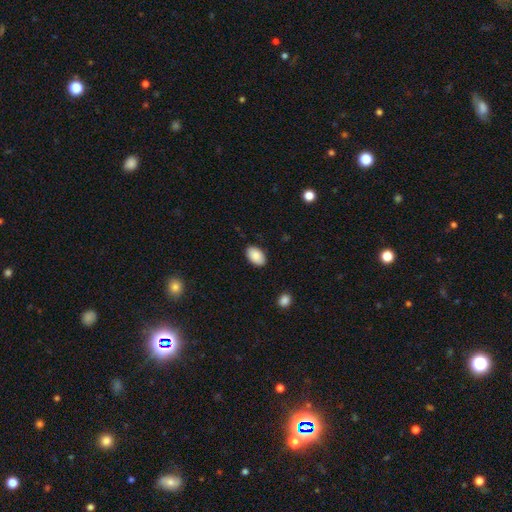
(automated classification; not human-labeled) A smooth galaxy with no disk features (89%) that is in between round and cigar-shaped (93%). Merging: none (87%).